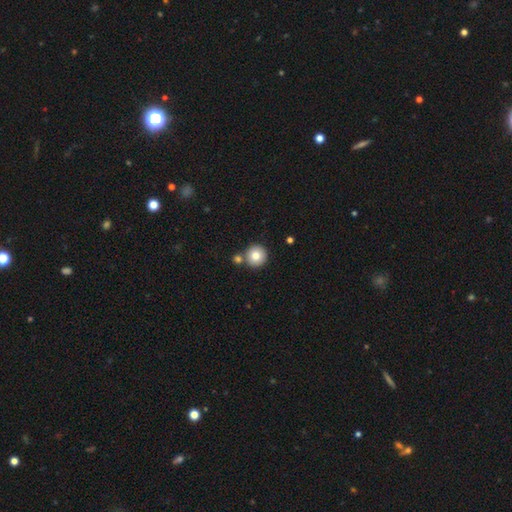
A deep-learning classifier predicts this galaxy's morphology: This appears to be a smooth galaxy with no disk features (81%) that is round (95%). Merging: none (74%).